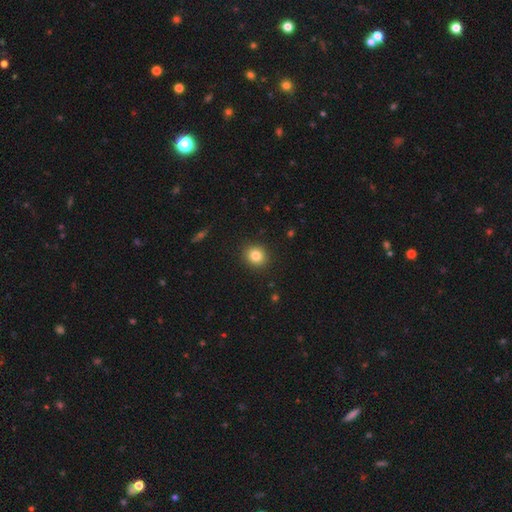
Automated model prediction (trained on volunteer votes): Smooth or featured: smooth — 83% (star or artifact — 11%)
How rounded: round — 82% (in between — 17%)
Merging: none — 91% (minor disturbance — 6%)